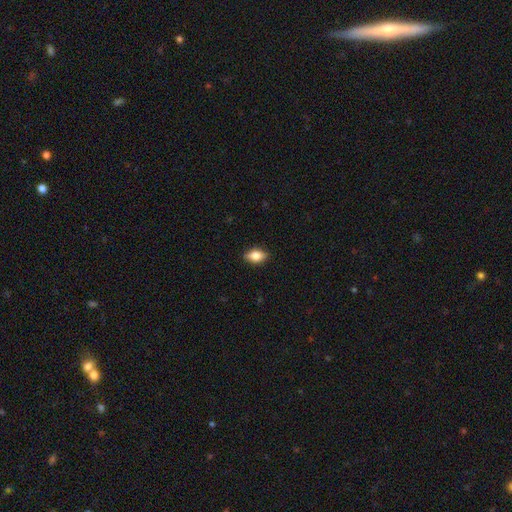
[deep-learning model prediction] Smooth or featured? smooth (77%)
How rounded? in between (84%)
Merging? none (86%)